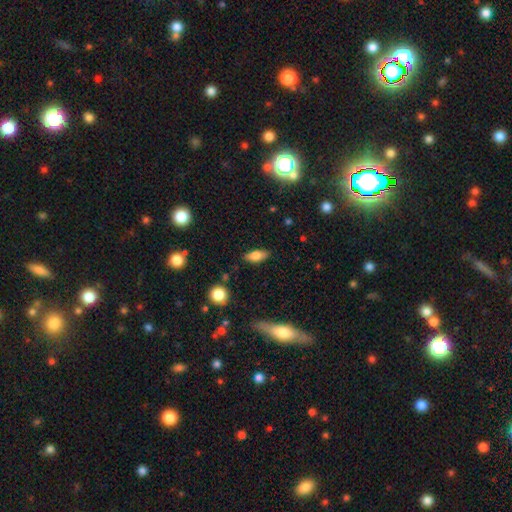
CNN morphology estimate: type=smooth (77%); roundness=in between (81%); merging=none (84%).